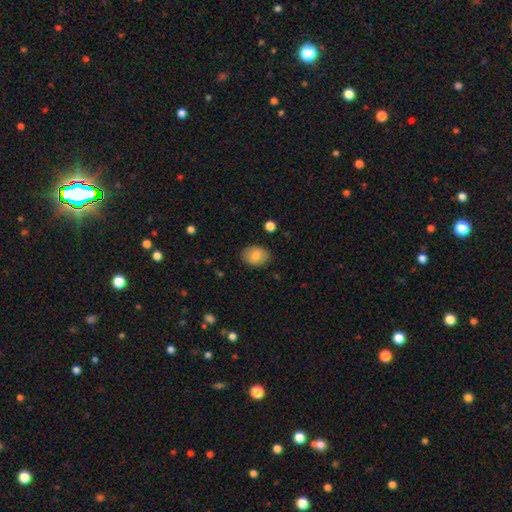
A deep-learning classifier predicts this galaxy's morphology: A smooth galaxy with no disk features (80%) that is in between round and cigar-shaped (66%). Merging: none (86%).